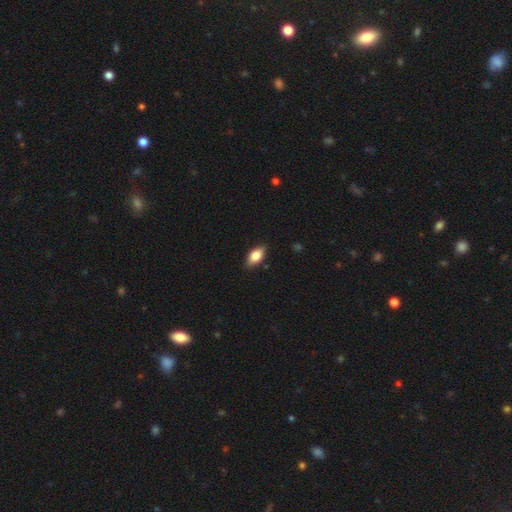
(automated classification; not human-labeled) smooth_or_featured: smooth (p=0.77) [alt: featured or disk p=0.16]
how_rounded: in between (p=0.89) [alt: cigar-shaped p=0.07]
merging: none (p=0.84) [alt: minor disturbance p=0.13]